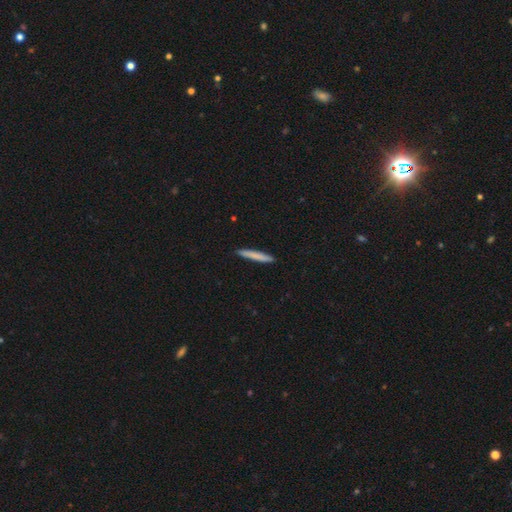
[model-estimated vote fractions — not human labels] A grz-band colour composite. It shows a smooth galaxy with no disk features (80%) that is cigar-shaped (96%). Merging: none (92%).